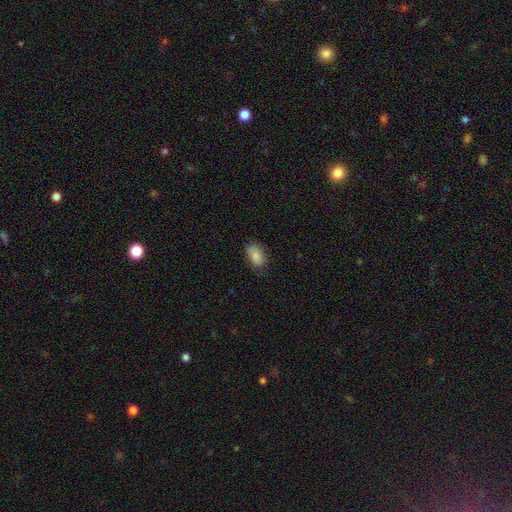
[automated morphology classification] The model was most divided on "merging": none: 75%, minor disturbance: 20%, major disturbance: 4%, merger: 1%. More confident: how rounded — in between (89%); smooth or featured — smooth (84%).